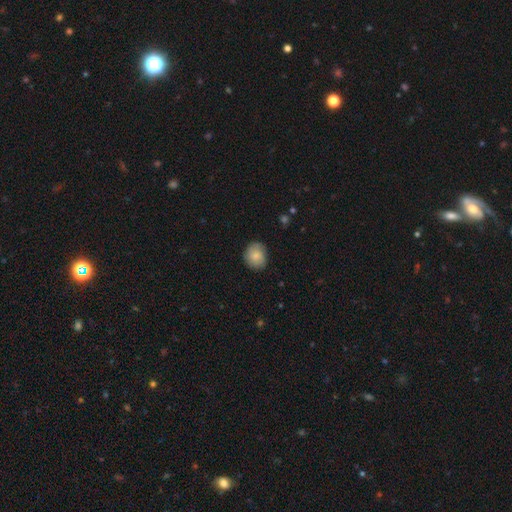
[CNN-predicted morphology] smooth_or_featured: smooth (p=0.82) [alt: featured or disk p=0.11]
how_rounded: round (p=0.68) [alt: in between p=0.31]
merging: none (p=0.82) [alt: minor disturbance p=0.15]